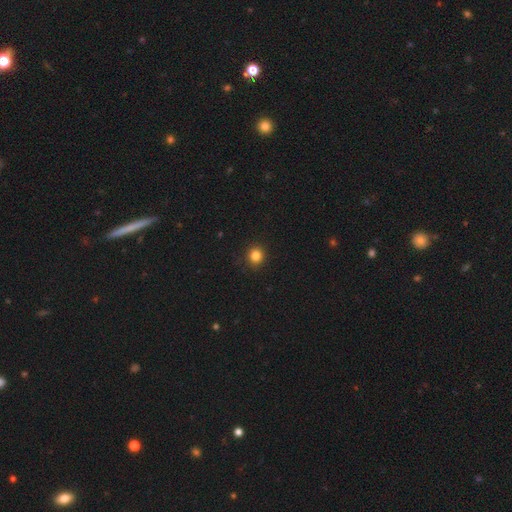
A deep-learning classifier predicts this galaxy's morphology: Smooth or featured? smooth (84%)
How rounded? round (90%)
Merging? none (92%)